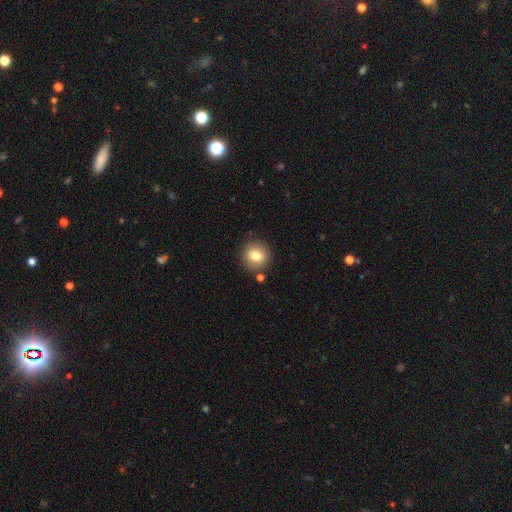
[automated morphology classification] Smooth or featured? smooth (79%)
How rounded? round (90%)
Merging? none (85%)